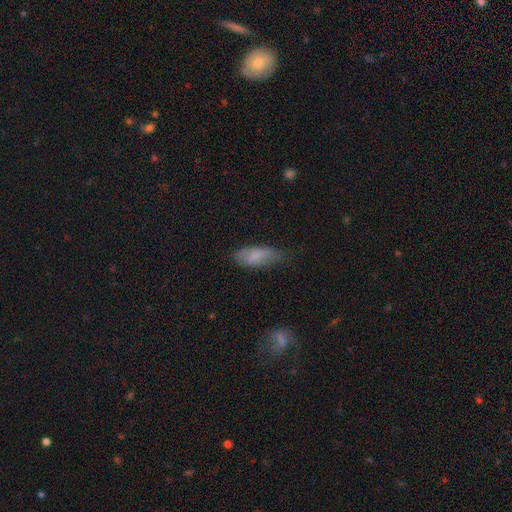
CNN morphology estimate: The model was most divided on "merging": none: 58%, minor disturbance: 31%, major disturbance: 9%, merger: 2%. More confident: how rounded — in between (77%); smooth or featured — smooth (76%).